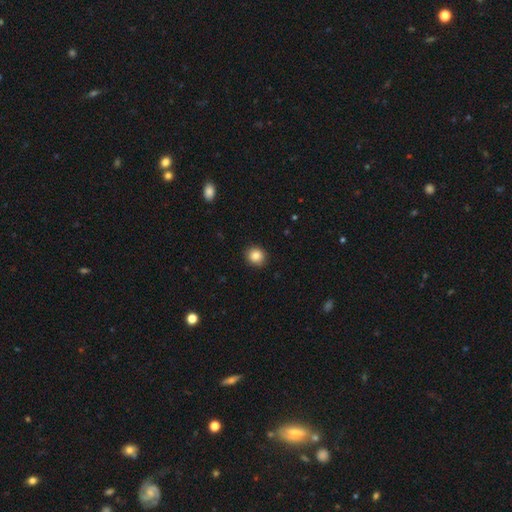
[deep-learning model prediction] smooth_or_featured: smooth (p=0.86) [alt: star or artifact p=0.10]
how_rounded: round (p=0.86) [alt: in between p=0.13]
merging: none (p=0.91) [alt: minor disturbance p=0.06]